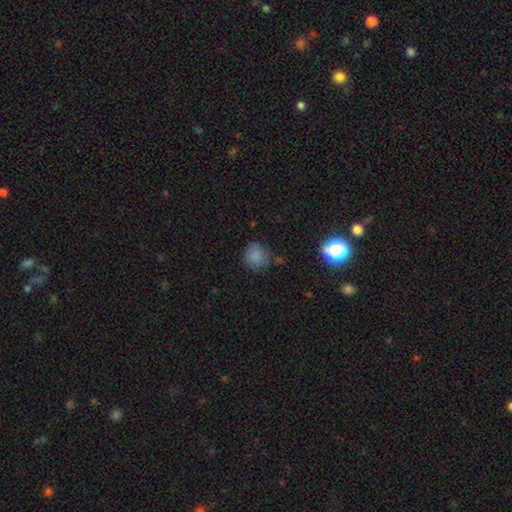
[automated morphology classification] A smooth galaxy with no disk features (77%) that is round (80%).

Vote fractions:
- Smooth or featured? smooth: 77% / star or artifact: 13% / featured or disk: 10%
- How rounded? round: 80% / in between: 19% / cigar-shaped: 1%
- Merging? none: 65% / minor disturbance: 25% / major disturbance: 8% / merger: 3%